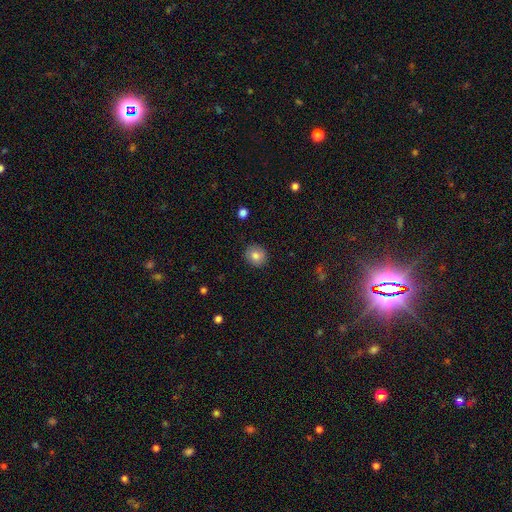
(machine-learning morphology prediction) type=smooth (81%); roundness=round (83%); merging=none (90%).